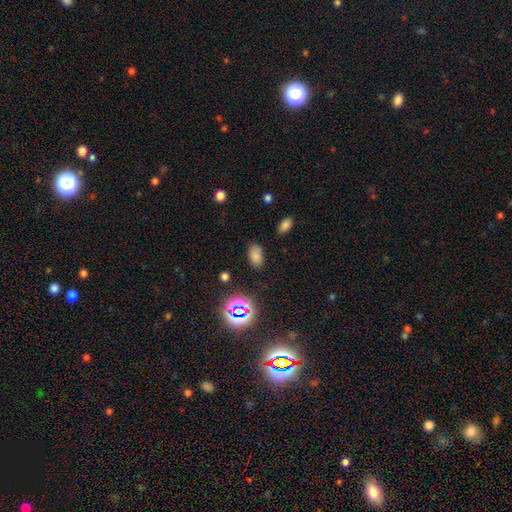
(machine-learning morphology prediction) Q: Smooth or featured?
A: smooth (74%); runner-up: star or artifact (20%)
Q: How rounded?
A: in between (91%); runner-up: round (7%)
Q: Merging?
A: none (80%); runner-up: minor disturbance (13%)